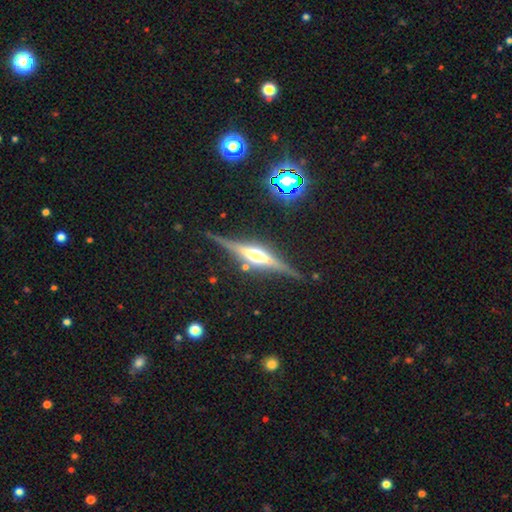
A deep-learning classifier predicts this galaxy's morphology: smooth-or-featured: featured or disk: 85% | smooth: 9% | star or artifact: 7%
  disk-edge-on: yes: 98% | no: 2%
    edge-on-bulge: rounded: 84% | boxy: 13% | none: 3%
  merging: none: 86% | minor disturbance: 10% | major disturbance: 2% | merger: 2%